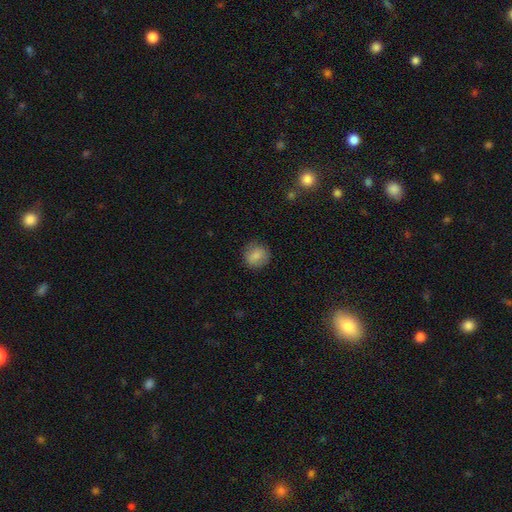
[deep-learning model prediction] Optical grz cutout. It shows a smooth galaxy with no disk features (84%) that is round (90%). Merging: none (87%).